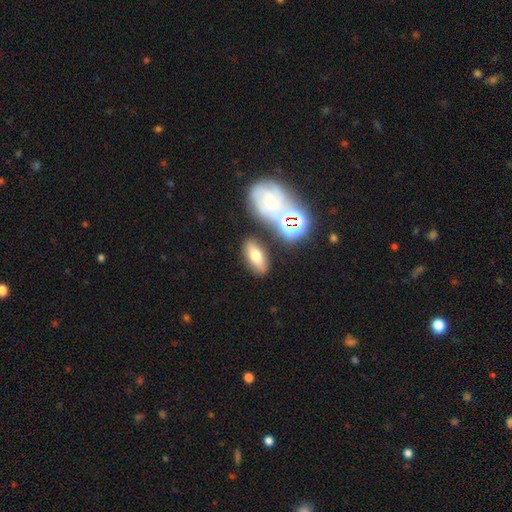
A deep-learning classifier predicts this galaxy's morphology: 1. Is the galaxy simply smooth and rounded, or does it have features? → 61% smooth, 25% featured or disk, 14% star or artifact.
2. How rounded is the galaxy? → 76% in between, 15% cigar-shaped, 9% round.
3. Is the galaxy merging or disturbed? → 80% none, 10% minor disturbance, 6% merger, 4% major disturbance.